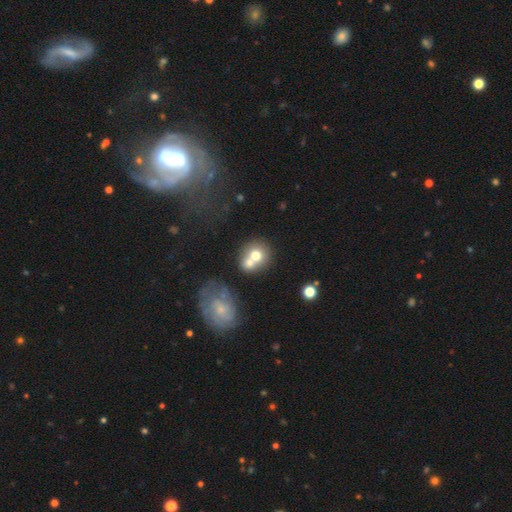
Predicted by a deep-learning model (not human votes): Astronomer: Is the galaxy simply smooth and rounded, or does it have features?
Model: smooth — 65%.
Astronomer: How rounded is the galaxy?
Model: round — 76%.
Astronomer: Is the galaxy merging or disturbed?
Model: merger — 56% (runner-up: none, 32%).